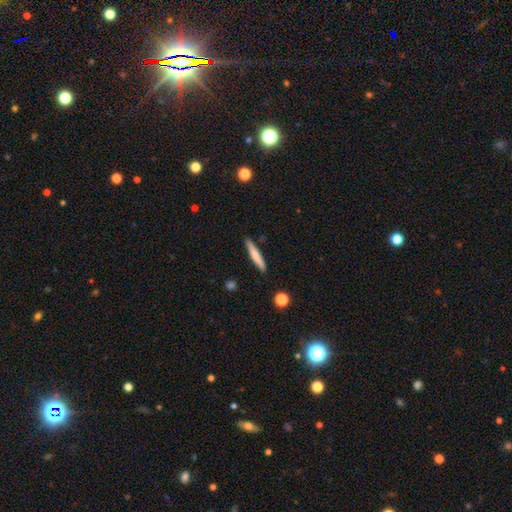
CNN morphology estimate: This appears to be a smooth galaxy with no disk features (69%) that is cigar-shaped (94%). Merging: none (89%).